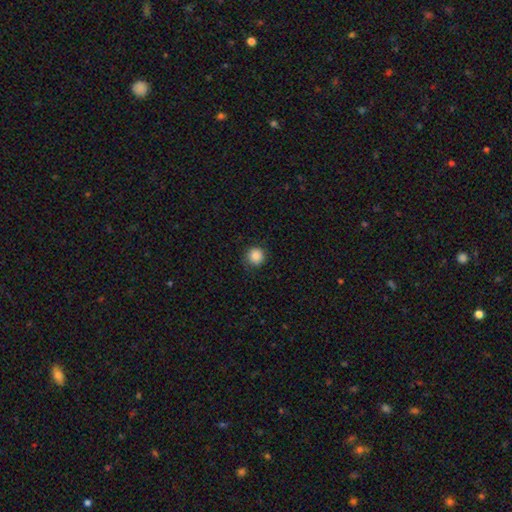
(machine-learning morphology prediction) smooth_or_featured: smooth (p=0.87) [alt: star or artifact p=0.10]
how_rounded: round (p=0.93) [alt: in between p=0.06]
merging: none (p=0.82) [alt: minor disturbance p=0.13]